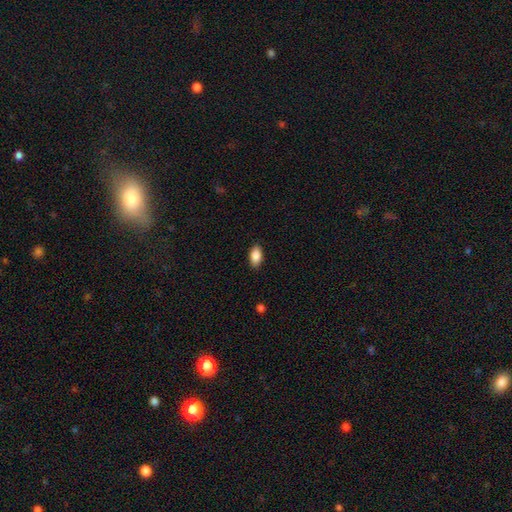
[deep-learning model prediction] Smooth or featured? Predicted: smooth (p=0.87). How rounded? Predicted: in between (p=0.92). Merging? Predicted: none (p=0.88).